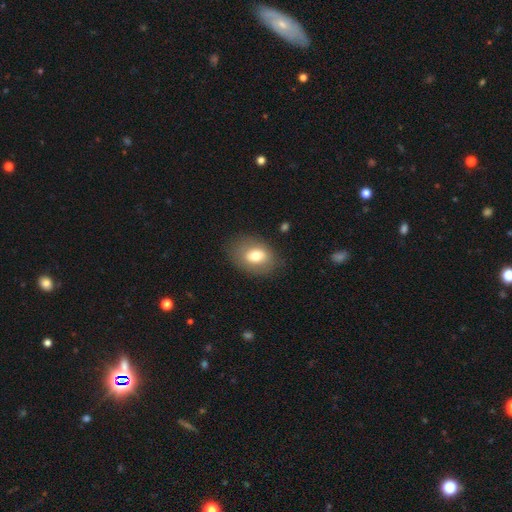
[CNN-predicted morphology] This appears to be a smooth galaxy with no disk features (71%) that is in between round and cigar-shaped (72%). Merging: none (79%).